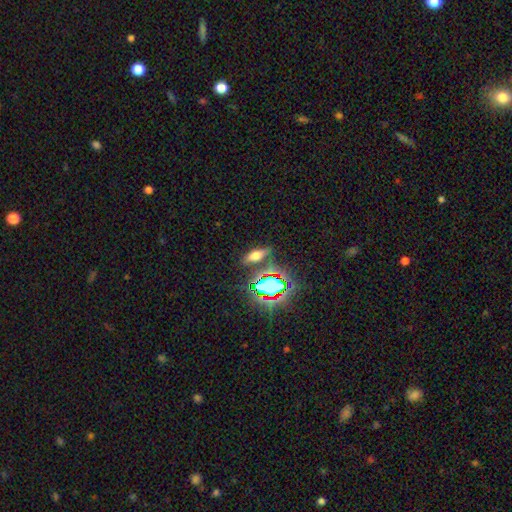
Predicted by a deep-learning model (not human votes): Overall: smooth (52%; star or artifact 26%). How rounded: in between (57%; cigar-shaped 34%). Merging: none (79%).